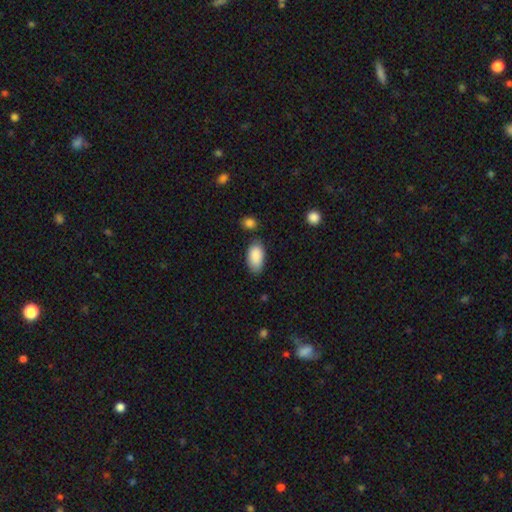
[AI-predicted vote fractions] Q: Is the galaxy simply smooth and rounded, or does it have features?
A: smooth — 89%.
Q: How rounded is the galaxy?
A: in between — 95%.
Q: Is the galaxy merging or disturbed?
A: none — 70%.